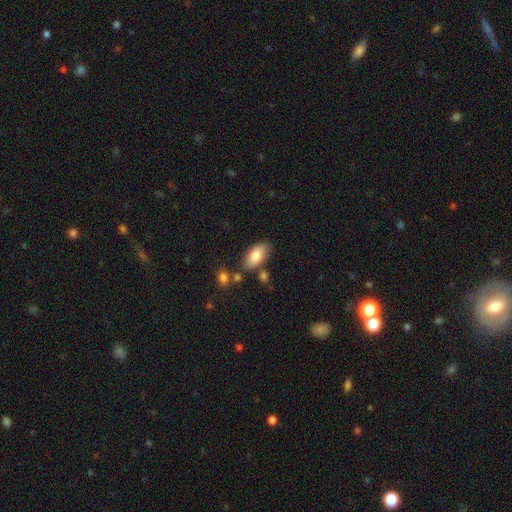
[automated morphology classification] Smooth or featured? Predicted: smooth (p=0.79). How rounded? Predicted: in between (p=0.91). Merging? Predicted: none (p=0.75).